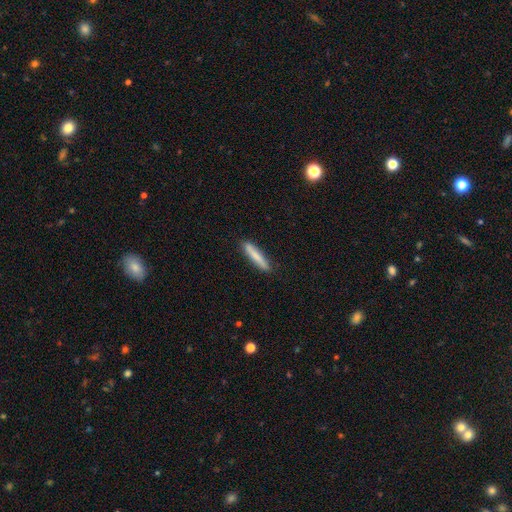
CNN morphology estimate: smooth_or_featured: smooth (p=0.77) [alt: featured or disk p=0.17]
how_rounded: cigar-shaped (p=0.93) [alt: in between p=0.06]
merging: none (p=0.89) [alt: minor disturbance p=0.08]